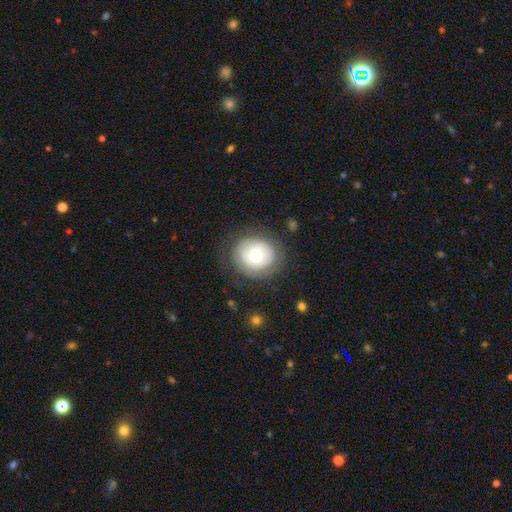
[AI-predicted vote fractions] The model was most divided on "smooth or featured": smooth: 59%, featured or disk: 33%, star or artifact: 8%. More confident: how rounded — round (83%); merging — none (78%).